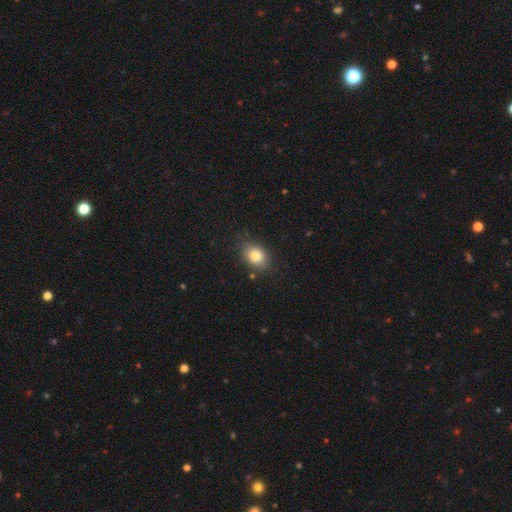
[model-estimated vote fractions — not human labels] Smooth or featured? smooth (83%)
How rounded? in between (71%)
Merging? none (82%)